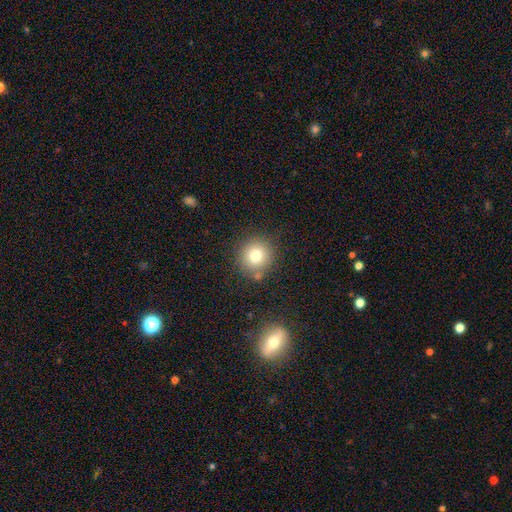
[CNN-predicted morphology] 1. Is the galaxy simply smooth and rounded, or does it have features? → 78% smooth, 12% star or artifact, 10% featured or disk.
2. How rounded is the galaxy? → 90% round, 9% in between, 1% cigar-shaped.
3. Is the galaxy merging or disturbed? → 79% none, 11% minor disturbance, 7% merger, 3% major disturbance.